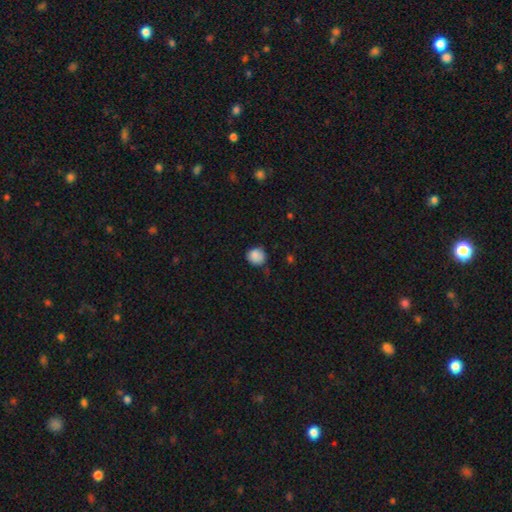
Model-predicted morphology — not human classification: smooth_or_featured: smooth (p=0.87) [alt: star or artifact p=0.09]
how_rounded: round (p=0.86) [alt: in between p=0.13]
merging: none (p=0.71) [alt: minor disturbance p=0.23]